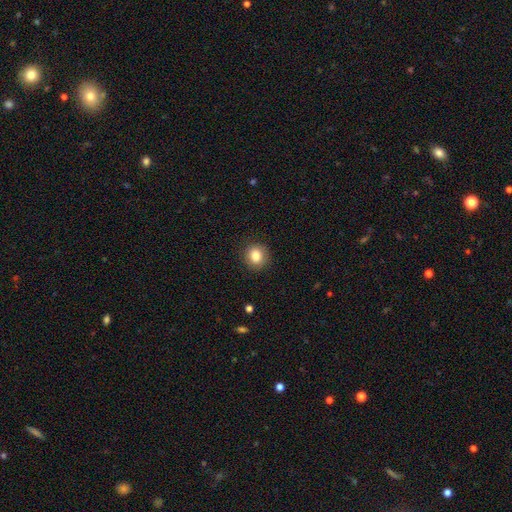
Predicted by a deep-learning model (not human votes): Morphology: type=smooth (85%); roundness=round (83%); merging=none (89%).